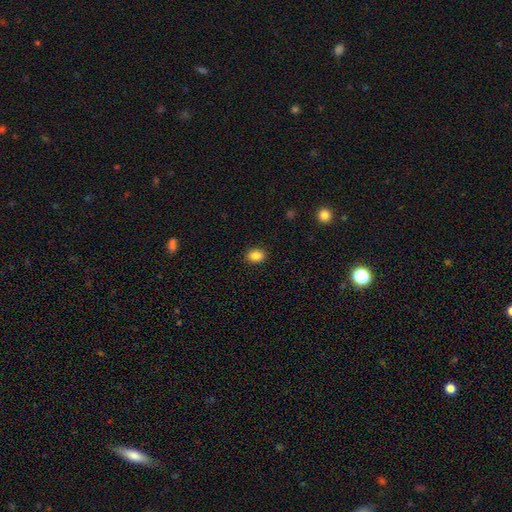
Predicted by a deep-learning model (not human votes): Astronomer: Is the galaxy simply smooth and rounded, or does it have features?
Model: smooth — 86%.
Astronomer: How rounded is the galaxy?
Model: in between — 58% (runner-up: round, 41%).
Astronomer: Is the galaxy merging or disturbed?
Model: none — 88%.